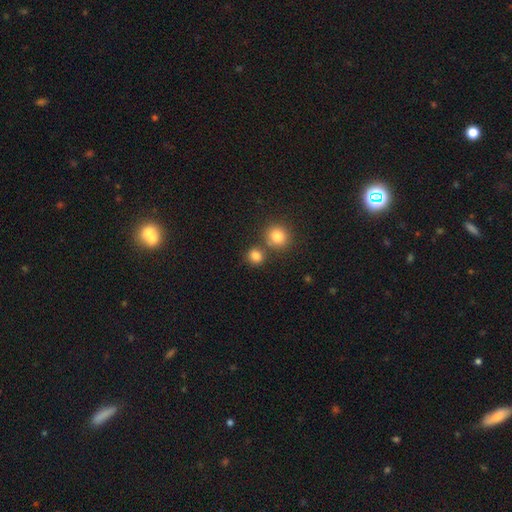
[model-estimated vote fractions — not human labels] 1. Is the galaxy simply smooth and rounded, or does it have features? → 82% smooth, 12% star or artifact, 5% featured or disk.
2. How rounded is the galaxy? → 83% round, 16% in between, 1% cigar-shaped.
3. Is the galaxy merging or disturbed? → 69% none, 20% merger, 8% minor disturbance, 3% major disturbance.